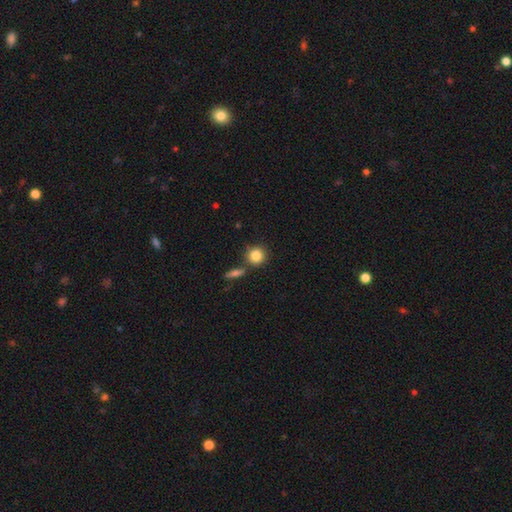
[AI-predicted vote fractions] This appears to be a smooth galaxy with no disk features (84%) that is round (89%). Merging: none (73%).